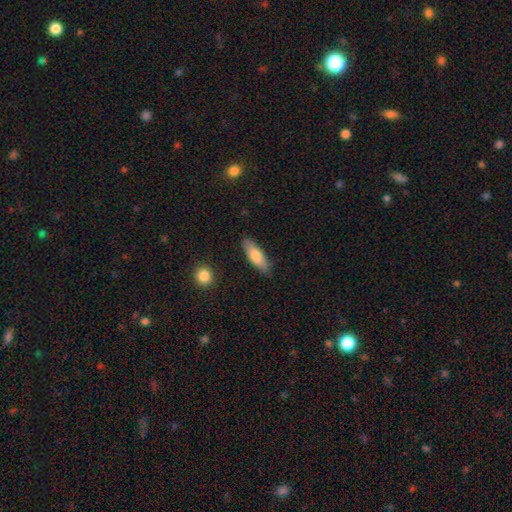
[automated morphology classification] This appears to be a smooth galaxy with no disk features (76%) that is in between round and cigar-shaped (57%). Merging: none (85%).